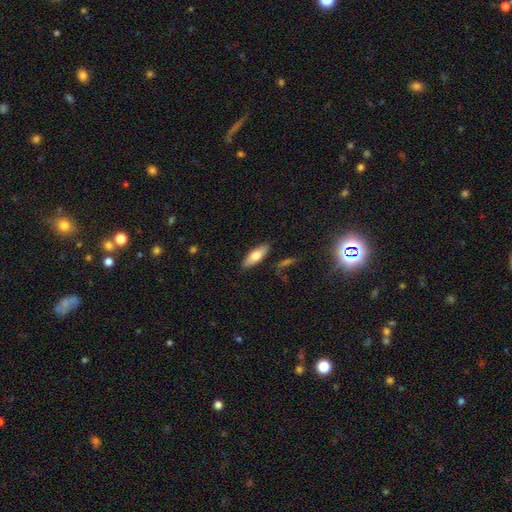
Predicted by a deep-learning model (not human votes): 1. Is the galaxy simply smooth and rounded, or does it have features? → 67% smooth, 26% featured or disk, 6% star or artifact.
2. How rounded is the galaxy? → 64% in between, 33% cigar-shaped, 2% round.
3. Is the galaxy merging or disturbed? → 85% none, 10% minor disturbance, 2% merger, 2% major disturbance.